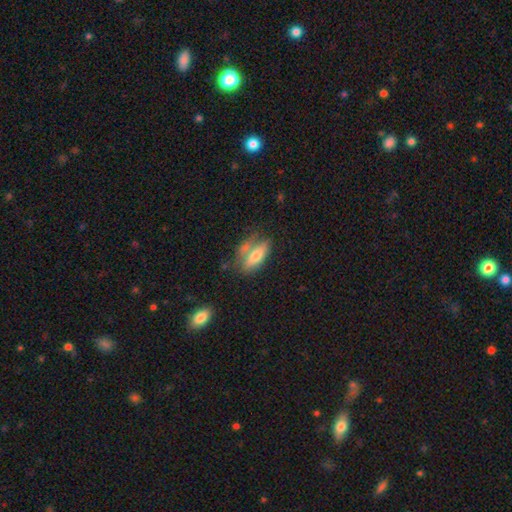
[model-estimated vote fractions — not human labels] smooth_or_featured: smooth (p=0.65) [alt: featured or disk p=0.28]
how_rounded: in between (p=0.70) [alt: cigar-shaped p=0.26]
merging: none (p=0.48) [alt: minor disturbance p=0.22]